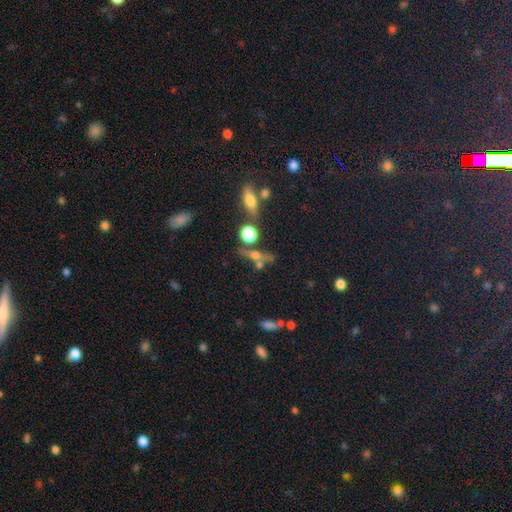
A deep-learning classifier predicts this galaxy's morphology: A smooth galaxy with no disk features (44%). Merging: none (56%).